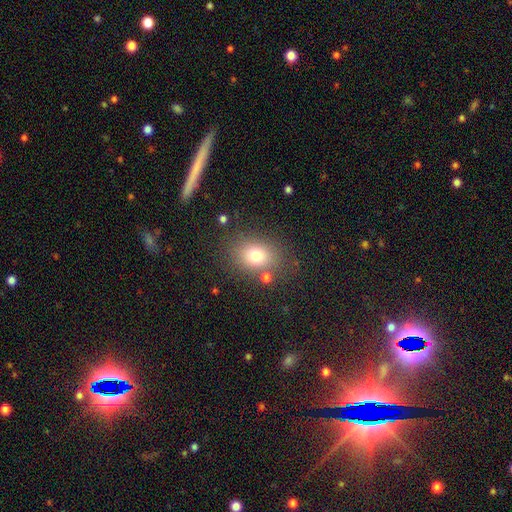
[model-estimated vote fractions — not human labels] Smooth or featured: smooth — 74% (star or artifact — 14%)
How rounded: in between — 57% (round — 42%)
Merging: none — 76% (minor disturbance — 12%)